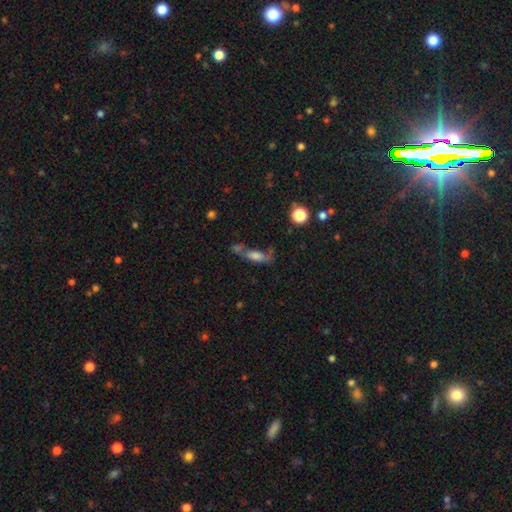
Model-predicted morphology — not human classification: A smooth galaxy with no disk features (57%) that is in between round and cigar-shaped (55%). Merging: none (45%).